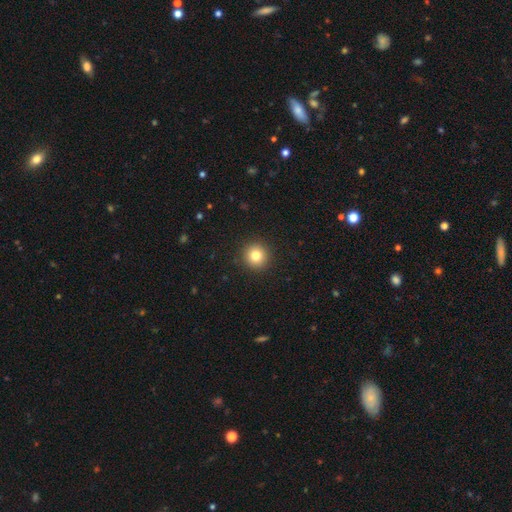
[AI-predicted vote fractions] Overall: smooth (80%). How rounded: round (95%). Merging: none (93%).